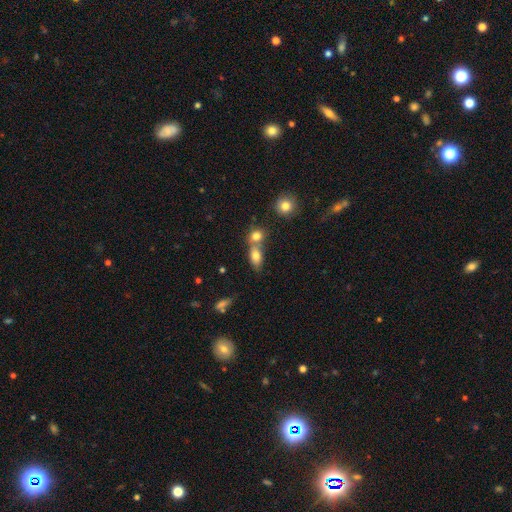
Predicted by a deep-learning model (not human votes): Morphology: type=smooth (77%); roundness=in between (80%); merging=merger (51%).